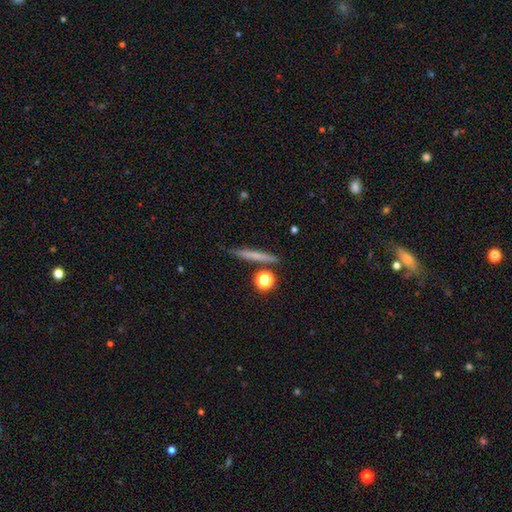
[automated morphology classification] This appears to be a smooth galaxy with no disk features (59%) that is cigar-shaped (88%). Merging: none (84%).